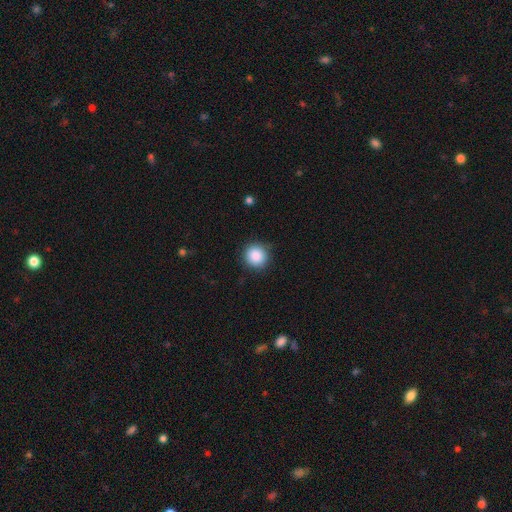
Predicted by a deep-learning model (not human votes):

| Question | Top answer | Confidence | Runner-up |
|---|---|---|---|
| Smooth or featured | smooth | 88% | star or artifact (8%) |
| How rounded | round | 94% | in between (5%) |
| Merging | none | 88% | minor disturbance (8%) |